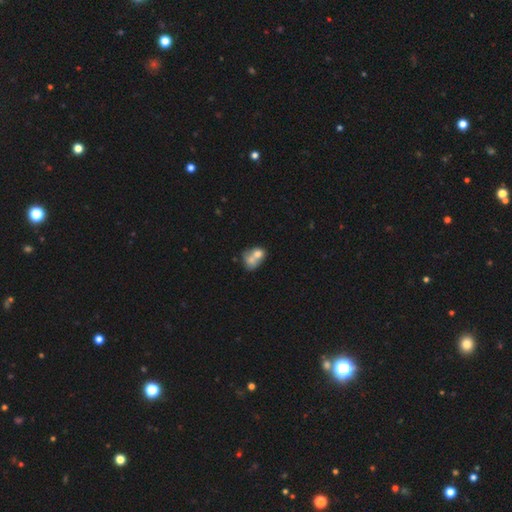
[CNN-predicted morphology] type=smooth (66%); roundness=in between (51%); merging=merger (68%).